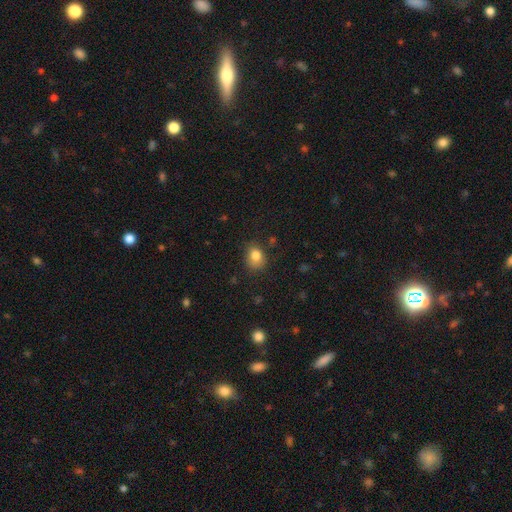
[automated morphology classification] smooth 83%, star or artifact 11%, featured or disk 7%. Down the decision tree: how rounded — round (56%); merging — none (73%).